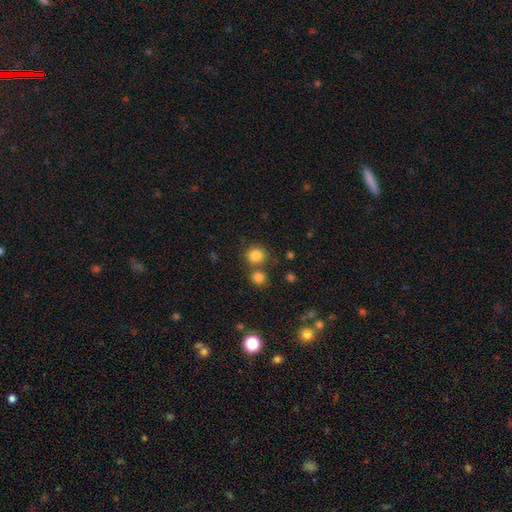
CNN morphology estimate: A smooth galaxy with no disk features (83%) that is round (92%).

Vote fractions:
- Smooth or featured? smooth: 83% / star or artifact: 12% / featured or disk: 5%
- How rounded? round: 92% / in between: 7% / cigar-shaped: 1%
- Merging? none: 70% / merger: 20% / minor disturbance: 7% / major disturbance: 3%